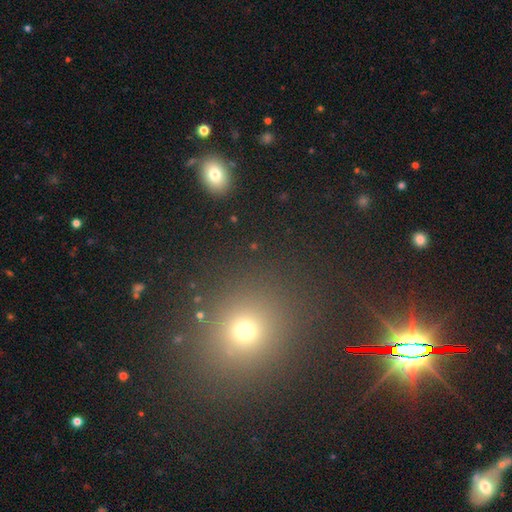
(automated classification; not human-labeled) Q: Smooth or featured?
A: star or artifact (47%); runner-up: smooth (44%)